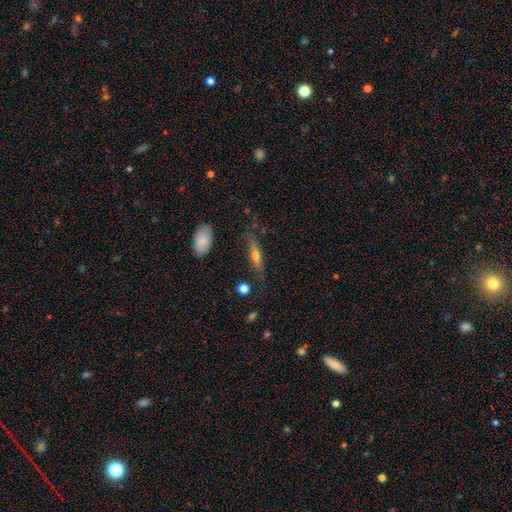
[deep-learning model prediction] smooth 48%, featured or disk 44%, star or artifact 8%. Down the decision tree: merging — none (72%).